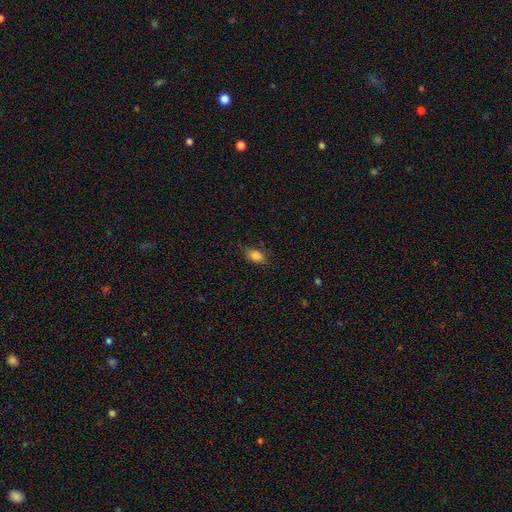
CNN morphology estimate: smooth 84%, star or artifact 9%, featured or disk 7%. Down the decision tree: how rounded — in between (84%); merging — none (78%).